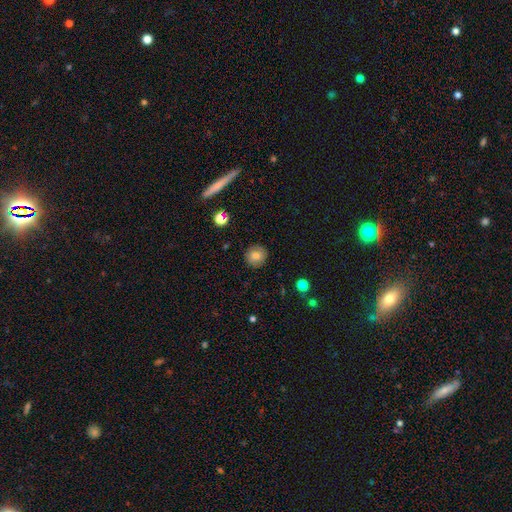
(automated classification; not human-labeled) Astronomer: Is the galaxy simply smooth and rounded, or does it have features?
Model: smooth — 78%.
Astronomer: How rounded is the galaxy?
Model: round — 92%.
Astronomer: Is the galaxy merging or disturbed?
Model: none — 89%.